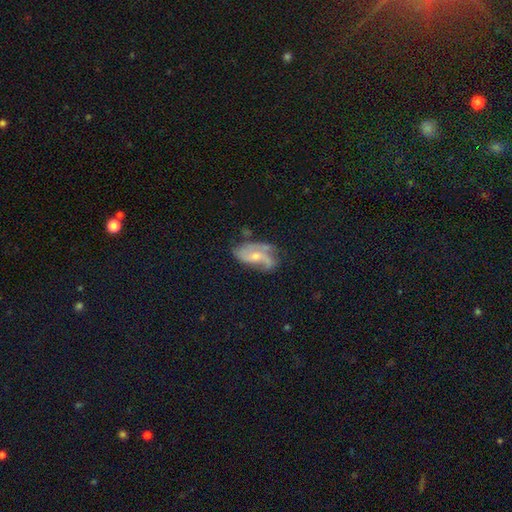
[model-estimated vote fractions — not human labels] The model was most divided on "bulge size": small: 49%, moderate: 46%, none: 3%, large: 2%, dominant: 1%. Remaining: edge-on disk — no (96%); spiral arms — yes (91%); smooth or featured — featured or disk (75%); spiral arm count — 2 (61%); bar — no (60%); merging — none (49%); spiral winding — medium (42%).